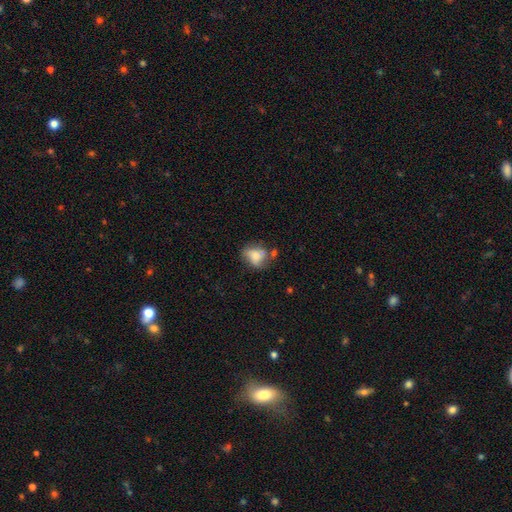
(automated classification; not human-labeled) This appears to be a smooth galaxy with no disk features (64%) that is in between round and cigar-shaped (58%). Merging: none (44%).